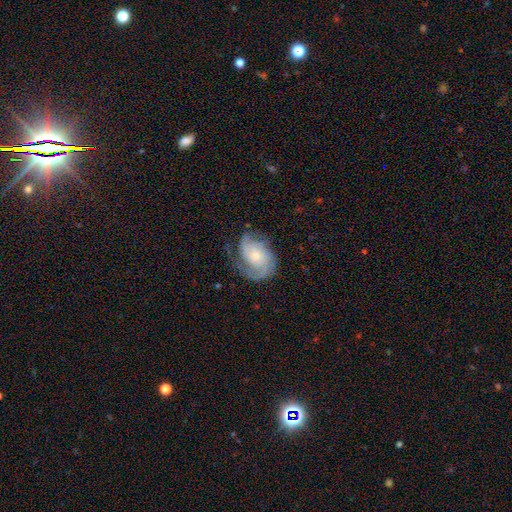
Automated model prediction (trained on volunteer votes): featured or disk 82%, smooth 13%, star or artifact 6%. Down the decision tree: edge-on disk — no (97%); bar — no (73%); spiral arms — yes (96%); spiral arm count — 2 (61%); spiral winding — tight (43%); bulge size — small (54%); merging — none (67%).